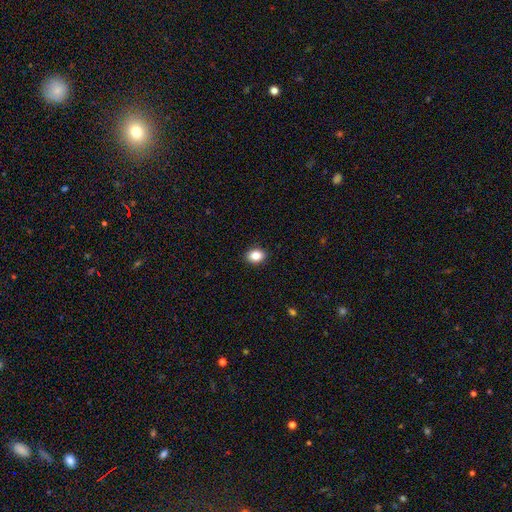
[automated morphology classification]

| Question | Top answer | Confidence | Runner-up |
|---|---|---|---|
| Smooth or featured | smooth | 86% | star or artifact (9%) |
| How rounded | in between | 62% | round (37%) |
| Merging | none | 91% | minor disturbance (7%) |